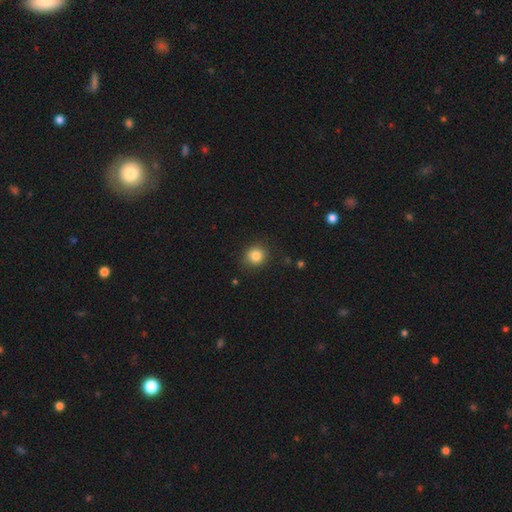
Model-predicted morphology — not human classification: This appears to be a smooth galaxy with no disk features (83%) that is round (85%). Merging: none (86%).